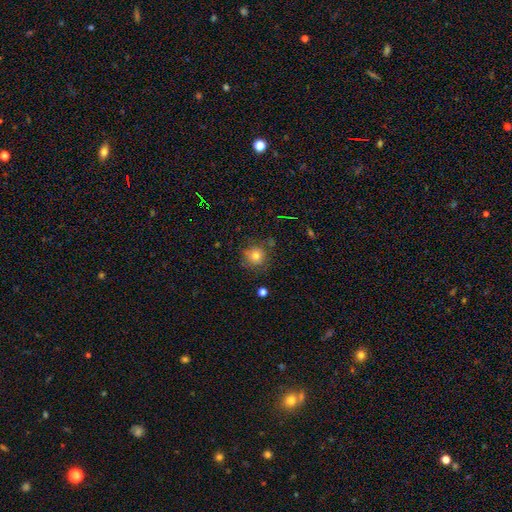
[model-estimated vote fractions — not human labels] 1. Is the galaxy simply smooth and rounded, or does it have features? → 76% smooth, 13% star or artifact, 11% featured or disk.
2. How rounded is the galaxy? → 92% round, 7% in between, 1% cigar-shaped.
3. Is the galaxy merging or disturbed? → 78% none, 14% minor disturbance, 4% major disturbance, 3% merger.